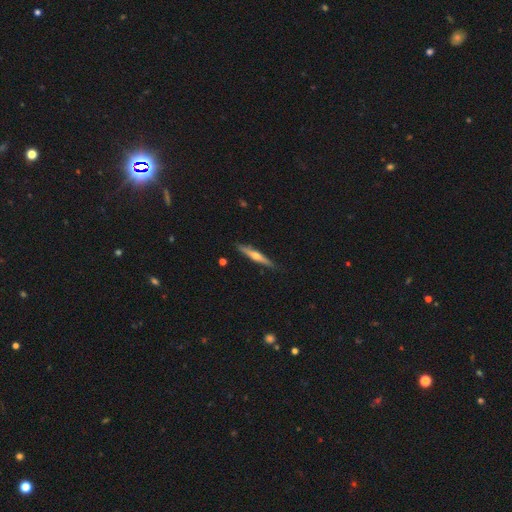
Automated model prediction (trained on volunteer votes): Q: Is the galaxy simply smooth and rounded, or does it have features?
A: featured or disk — 61%.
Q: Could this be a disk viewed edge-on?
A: yes — 96%.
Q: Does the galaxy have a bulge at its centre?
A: rounded — 88%.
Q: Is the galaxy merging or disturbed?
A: none — 89%.